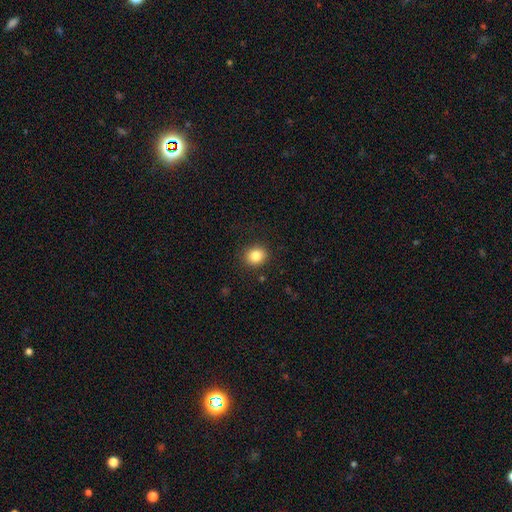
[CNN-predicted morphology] type=smooth (84%); roundness=round (75%); merging=none (89%).